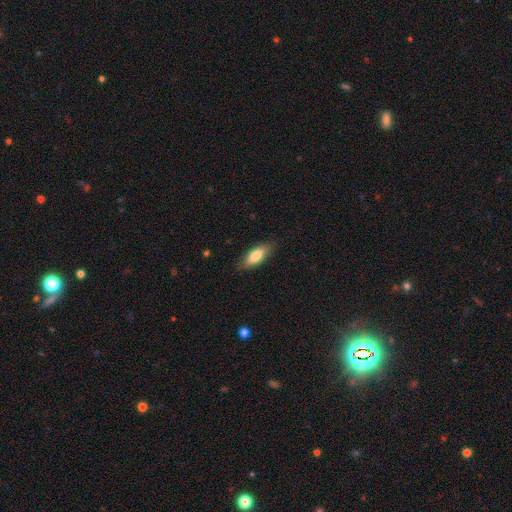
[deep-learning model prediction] A smooth galaxy with no disk features (78%) that is in between round and cigar-shaped (80%). Merging: none (82%).